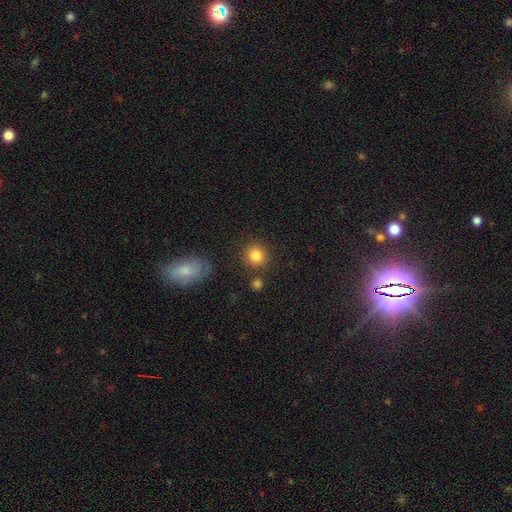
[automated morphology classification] A smooth galaxy with no disk features (84%) that is round (91%).

Vote fractions:
- Smooth or featured? smooth: 84% / star or artifact: 10% / featured or disk: 6%
- How rounded? round: 91% / in between: 8% / cigar-shaped: 1%
- Merging? none: 84% / minor disturbance: 8% / merger: 5% / major disturbance: 3%